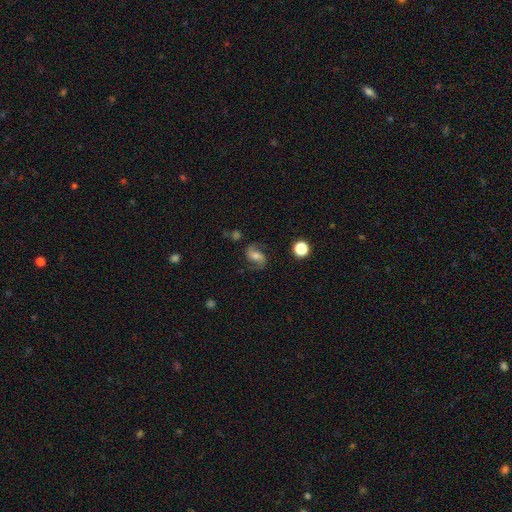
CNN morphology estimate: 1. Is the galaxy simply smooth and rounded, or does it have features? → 75% featured or disk, 16% smooth, 9% star or artifact.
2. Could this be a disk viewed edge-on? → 97% no, 3% yes.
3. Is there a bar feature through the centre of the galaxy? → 42% no, 40% weak, 18% strong.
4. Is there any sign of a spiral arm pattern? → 95% yes, 5% no.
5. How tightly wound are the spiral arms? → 49% loose, 40% medium, 11% tight.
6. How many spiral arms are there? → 92% 2, 3% can't tell, 2% 1, 1% 3, 1% 4, 1% more than 4.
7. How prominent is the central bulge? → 56% moderate, 26% small, 12% large, 5% none, 2% dominant.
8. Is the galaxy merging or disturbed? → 77% none, 14% minor disturbance, 7% major disturbance, 2% merger.